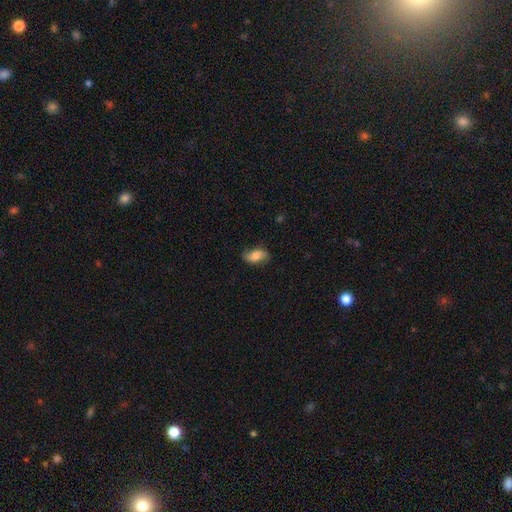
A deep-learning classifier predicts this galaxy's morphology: Overall: smooth (64%; featured or disk 28%). How rounded: in between (88%). Merging: none (76%).